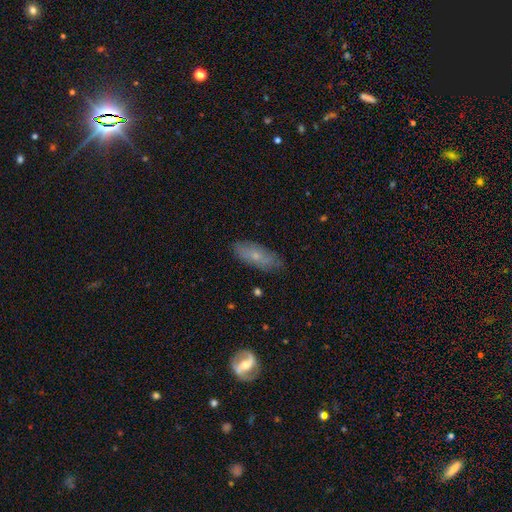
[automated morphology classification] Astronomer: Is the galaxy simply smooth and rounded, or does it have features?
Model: smooth — 56% (runner-up: featured or disk, 36%).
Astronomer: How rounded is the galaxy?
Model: in between — 70%.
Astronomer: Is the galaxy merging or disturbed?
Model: none — 79%.